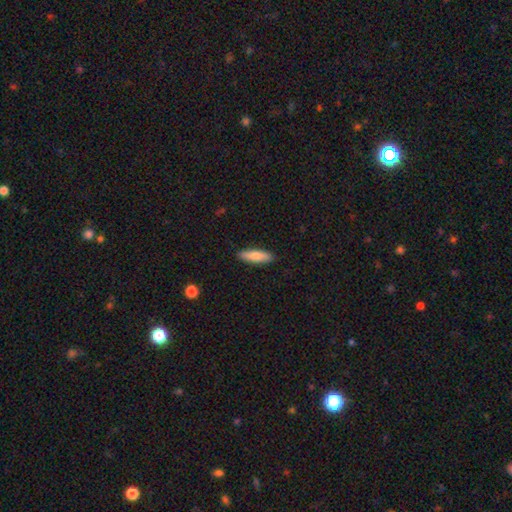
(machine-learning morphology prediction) A smooth galaxy with no disk features (78%) that is cigar-shaped (60%). Merging: none (89%).